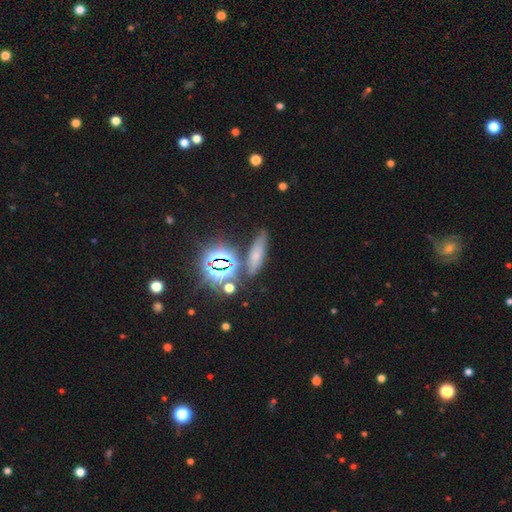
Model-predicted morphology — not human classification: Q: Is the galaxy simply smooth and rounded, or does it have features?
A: smooth — 47%.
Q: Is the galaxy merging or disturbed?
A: none — 73%.